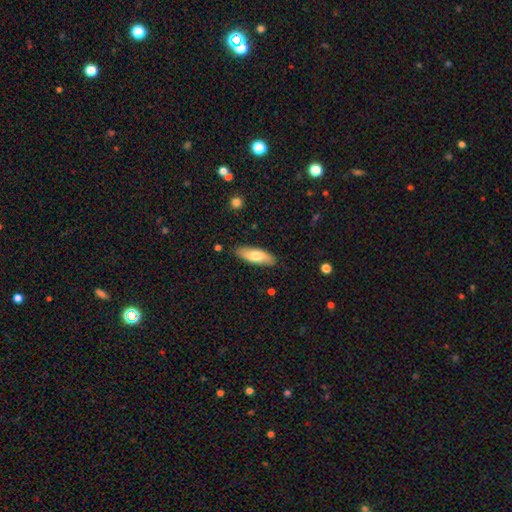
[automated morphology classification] This appears to be a smooth galaxy with no disk features (69%) that is in between round and cigar-shaped (63%). Merging: none (86%).